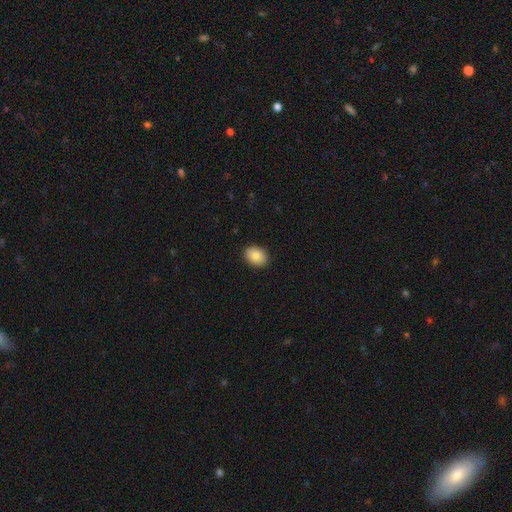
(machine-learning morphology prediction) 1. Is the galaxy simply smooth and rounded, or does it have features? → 88% smooth, 7% star or artifact, 5% featured or disk.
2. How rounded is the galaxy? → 75% in between, 24% round, 1% cigar-shaped.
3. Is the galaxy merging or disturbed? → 90% none, 7% minor disturbance, 2% major disturbance, 1% merger.